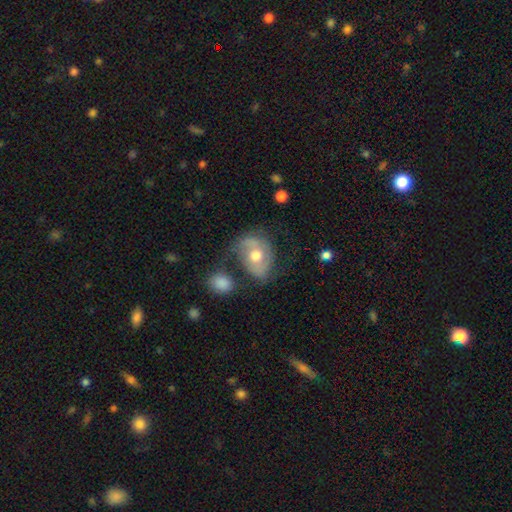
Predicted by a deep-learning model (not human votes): Overall: featured or disk (53%; smooth 40%). Edge-on disk: no (96%). Bar: no (63%; weak 27%). Spiral arms: yes (64%; no 36%). Bulge size: moderate (76%). Merging: none (47%; minor disturbance 27%).